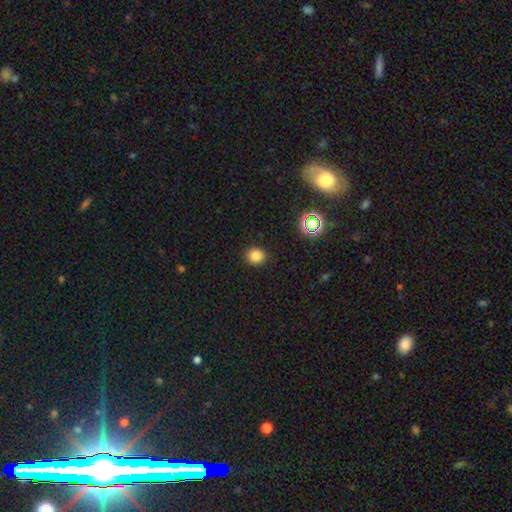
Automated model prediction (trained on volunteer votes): Q: Smooth or featured?
A: smooth (82%); runner-up: star or artifact (14%)
Q: How rounded?
A: round (82%); runner-up: in between (17%)
Q: Merging?
A: none (90%); runner-up: minor disturbance (7%)